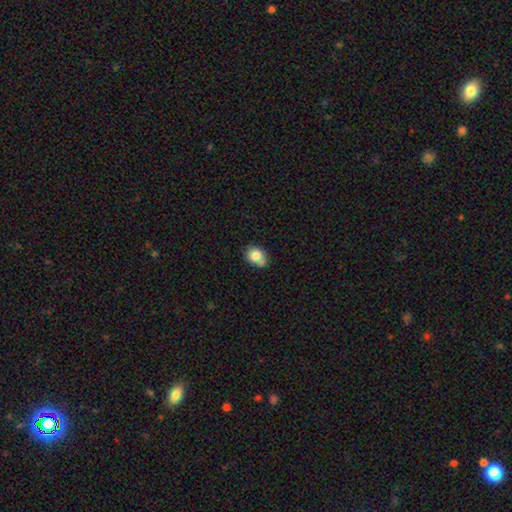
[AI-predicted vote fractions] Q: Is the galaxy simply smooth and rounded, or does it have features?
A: smooth — 82%.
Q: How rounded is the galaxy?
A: in between — 60%.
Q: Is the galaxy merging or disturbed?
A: none — 57%.